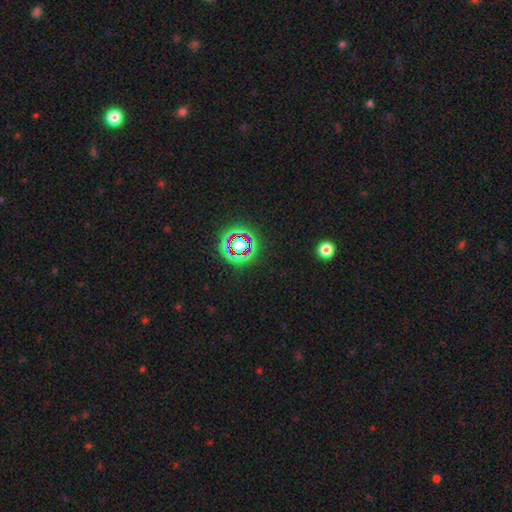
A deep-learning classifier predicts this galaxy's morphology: Smooth or featured: star or artifact — 57% (smooth — 28%)